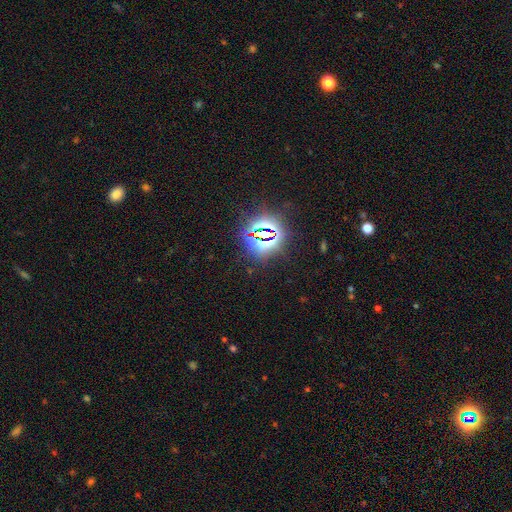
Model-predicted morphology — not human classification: smooth_or_featured: star or artifact (p=0.81) [alt: smooth p=0.12]